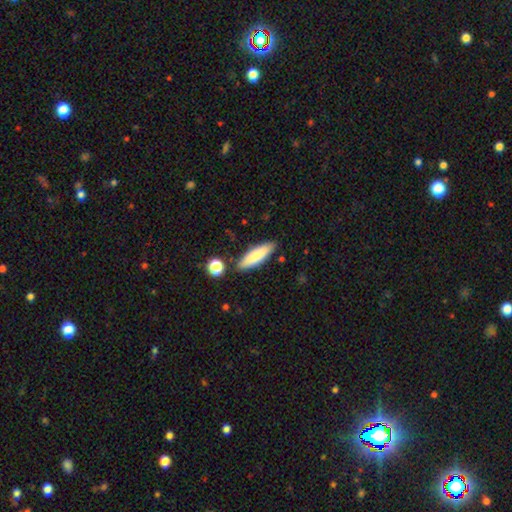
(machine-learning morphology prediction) A smooth galaxy with no disk features (82%) that is cigar-shaped (58%).

Vote fractions:
- Smooth or featured? smooth: 82% / featured or disk: 12% / star or artifact: 6%
- How rounded? cigar-shaped: 58% / in between: 40% / round: 2%
- Merging? none: 83% / minor disturbance: 10% / merger: 4% / major disturbance: 2%